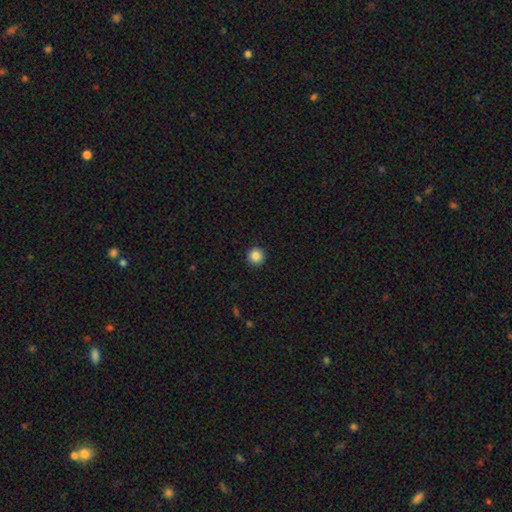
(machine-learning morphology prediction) This appears to be a smooth galaxy with no disk features (86%) that is round (96%). Merging: none (94%).